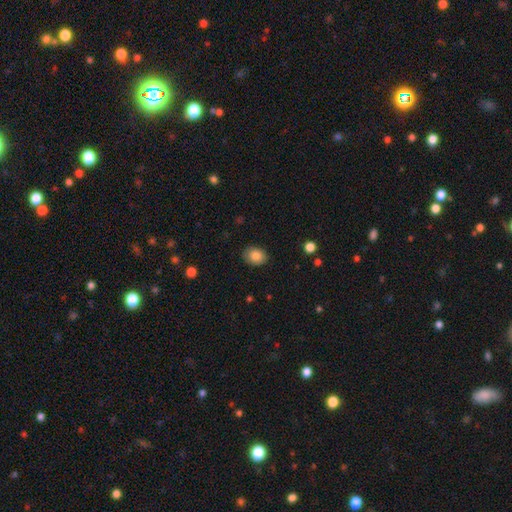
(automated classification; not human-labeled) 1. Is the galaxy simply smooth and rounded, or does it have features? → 86% smooth, 8% star or artifact, 6% featured or disk.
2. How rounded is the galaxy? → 63% in between, 36% round, 1% cigar-shaped.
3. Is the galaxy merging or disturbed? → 85% none, 12% minor disturbance, 3% major disturbance, 1% merger.